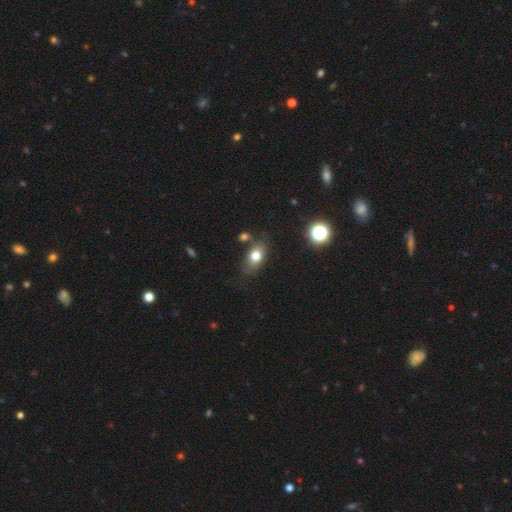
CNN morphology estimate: Smooth or featured? smooth (74%)
How rounded? in between (78%)
Merging? none (68%)